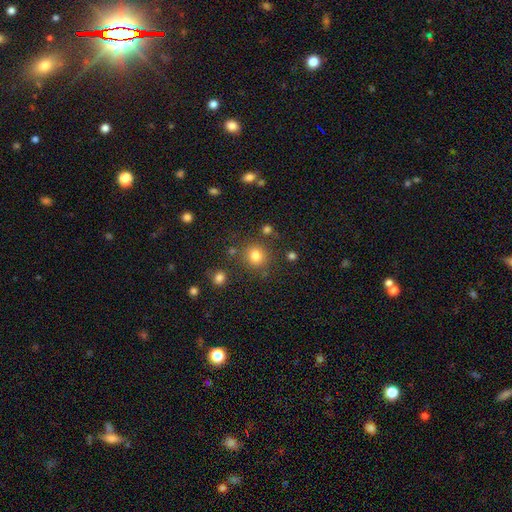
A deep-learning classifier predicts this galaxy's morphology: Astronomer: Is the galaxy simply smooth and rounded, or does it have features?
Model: smooth — 81%.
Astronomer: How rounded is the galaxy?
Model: round — 86%.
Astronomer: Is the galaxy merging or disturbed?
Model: none — 80%.